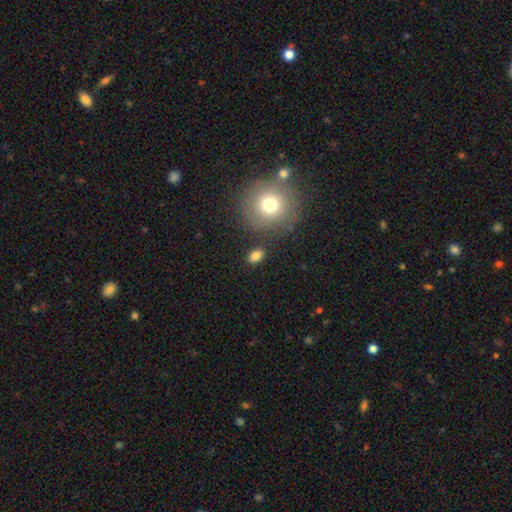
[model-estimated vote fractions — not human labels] Overall: smooth (82%). How rounded: in between (80%). Merging: none (82%).